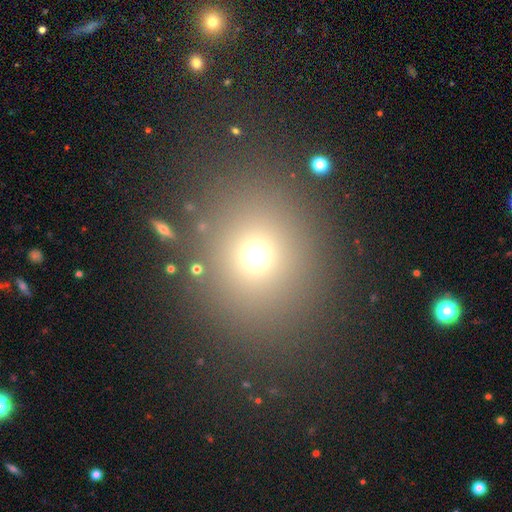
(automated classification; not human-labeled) Q: Smooth or featured?
A: smooth (67%); runner-up: star or artifact (24%)
Q: How rounded?
A: round (75%); runner-up: in between (24%)
Q: Merging?
A: none (84%); runner-up: minor disturbance (8%)